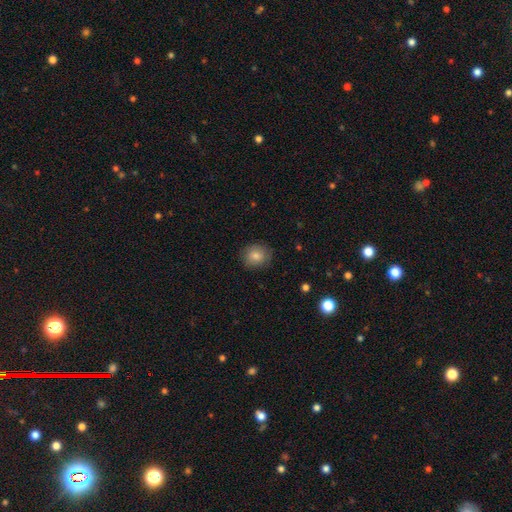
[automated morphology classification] Q: Smooth or featured?
A: smooth (80%); runner-up: featured or disk (10%)
Q: How rounded?
A: round (77%); runner-up: in between (22%)
Q: Merging?
A: none (85%); runner-up: minor disturbance (12%)